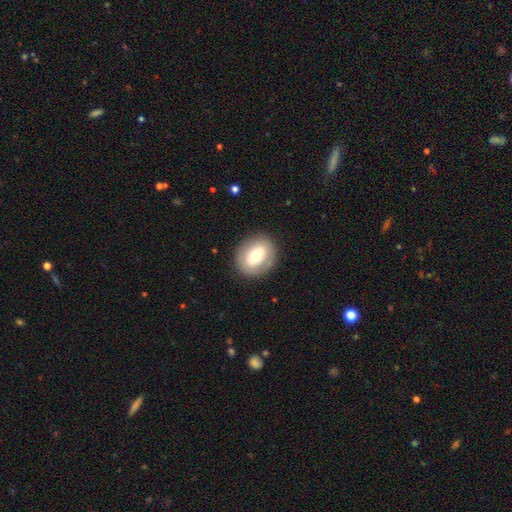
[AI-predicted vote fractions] This appears to be a smooth galaxy with no disk features (63%) that is round (60%). Merging: none (86%).